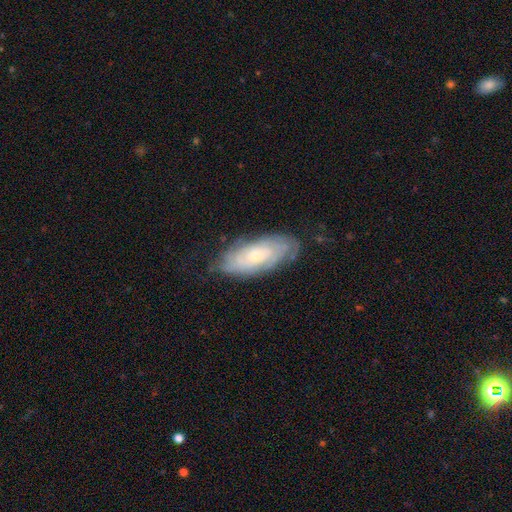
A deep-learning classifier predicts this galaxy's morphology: Smooth or featured? Predicted: featured or disk (p=0.66). Edge-on disk? Predicted: no (p=0.89). Bar? Predicted: no (p=0.77). Spiral arms? Predicted: yes (p=0.85). Bulge size? Predicted: small (p=0.65). Merging? Predicted: none (p=0.73).